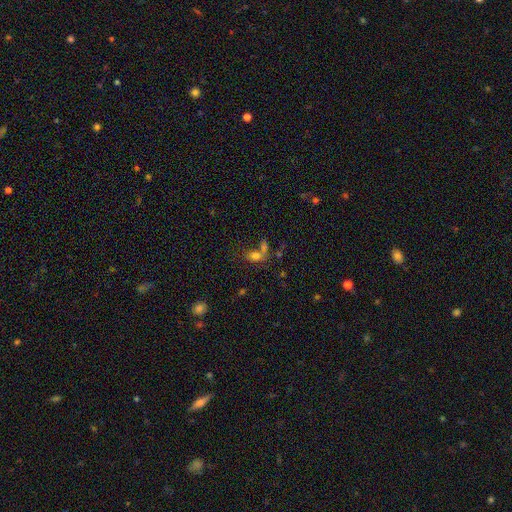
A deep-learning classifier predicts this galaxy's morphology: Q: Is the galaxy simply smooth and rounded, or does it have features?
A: smooth — 71%.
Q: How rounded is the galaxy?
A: in between — 73%.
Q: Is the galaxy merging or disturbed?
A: merger — 45%.